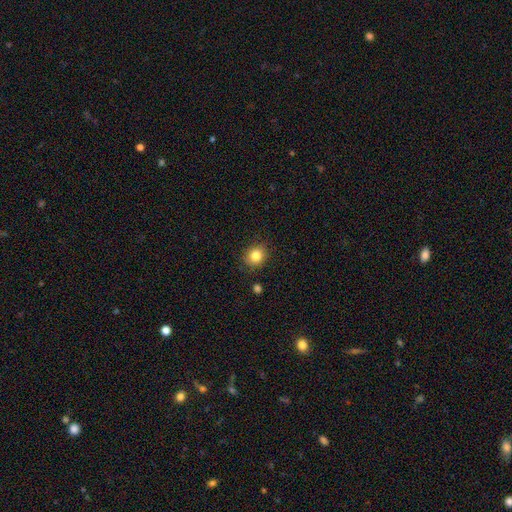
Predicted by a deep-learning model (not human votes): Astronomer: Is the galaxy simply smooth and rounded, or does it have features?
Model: smooth — 84%.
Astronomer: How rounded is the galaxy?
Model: round — 75%.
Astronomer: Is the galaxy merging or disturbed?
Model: none — 87%.